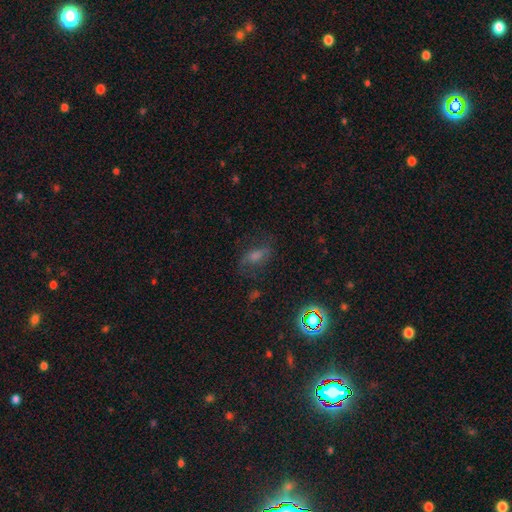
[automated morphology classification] Smooth or featured? Predicted: featured or disk (p=0.39). Merging? Predicted: none (p=0.68).